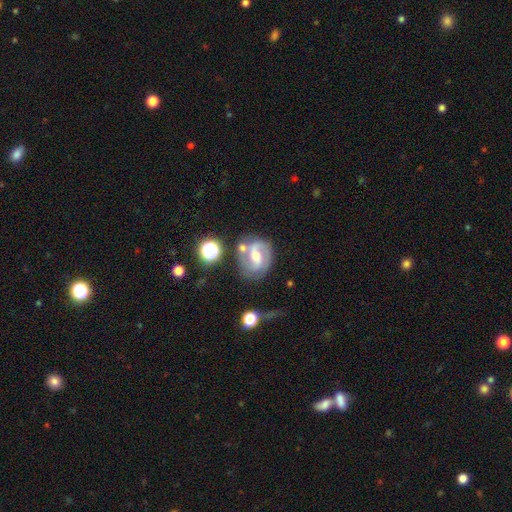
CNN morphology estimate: Smooth or featured: featured or disk — 78% (smooth — 15%)
Edge-on disk: no — 97% (yes — 3%)
Bar: weak — 44% (strong — 37%)
Spiral arms: yes — 91% (no — 9%)
Spiral winding: medium — 50% (tight — 30%)
Spiral arm count: 2 — 83% (can't tell — 8%)
Bulge size: moderate — 63% (small — 29%)
Merging: none — 62% (minor disturbance — 17%)